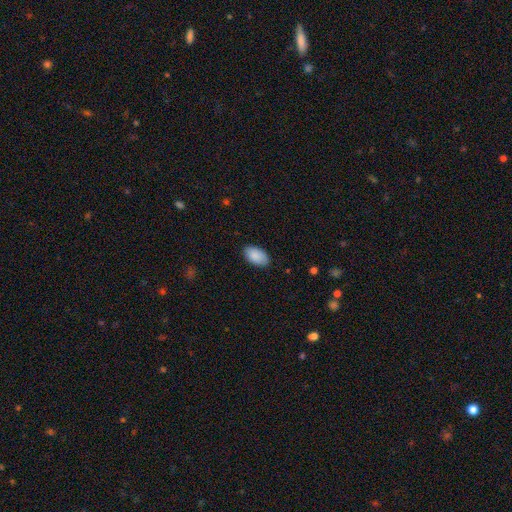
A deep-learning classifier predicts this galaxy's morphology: Overall: smooth (90%). How rounded: in between (95%). Merging: none (84%).